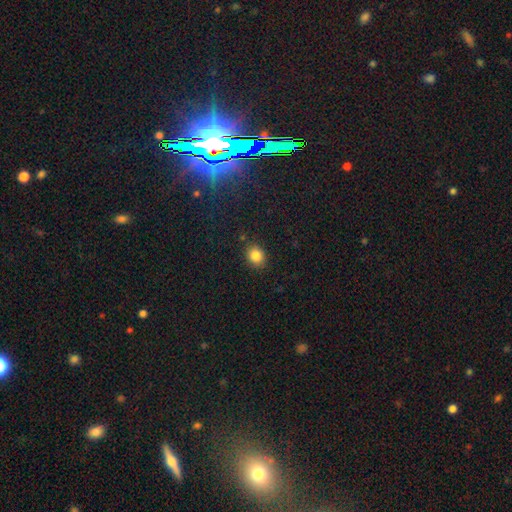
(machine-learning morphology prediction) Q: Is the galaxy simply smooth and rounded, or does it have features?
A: smooth — 84%.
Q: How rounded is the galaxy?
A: round — 66%.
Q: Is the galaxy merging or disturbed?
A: none — 87%.